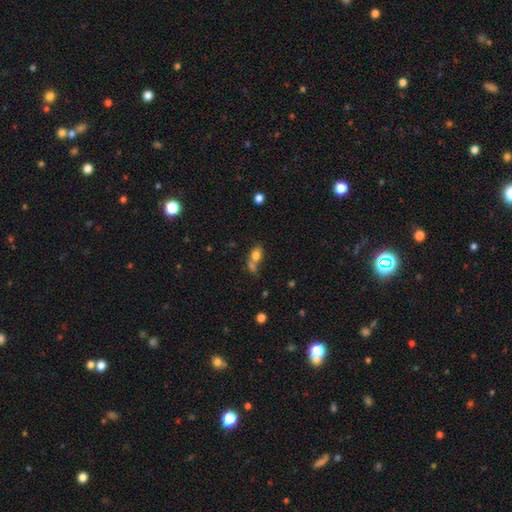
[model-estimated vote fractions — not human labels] A smooth galaxy with no disk features (77%) that is in between round and cigar-shaped (76%).

Vote fractions:
- Smooth or featured? smooth: 77% / featured or disk: 12% / star or artifact: 11%
- How rounded? in between: 76% / round: 21% / cigar-shaped: 4%
- Merging? merger: 45% / none: 36% / minor disturbance: 12% / major disturbance: 7%